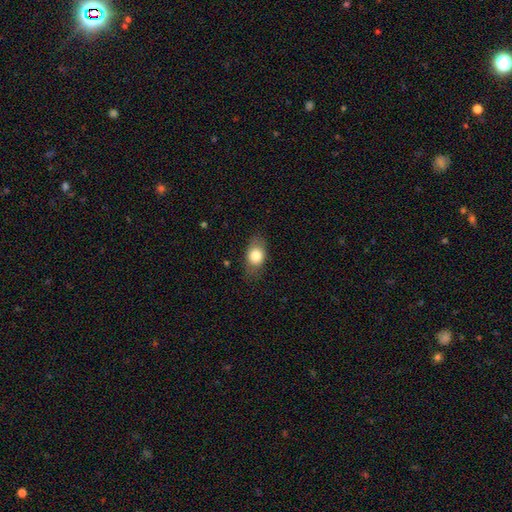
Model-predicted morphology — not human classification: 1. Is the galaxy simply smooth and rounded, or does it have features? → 79% smooth, 14% featured or disk, 8% star or artifact.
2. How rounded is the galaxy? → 76% in between, 21% round, 3% cigar-shaped.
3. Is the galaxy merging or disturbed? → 76% none, 17% minor disturbance, 6% major disturbance, 1% merger.